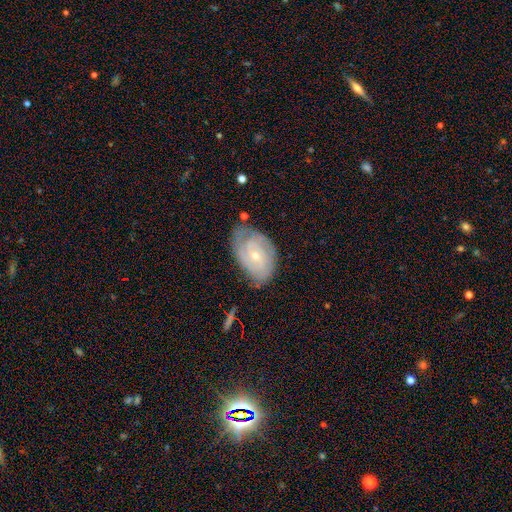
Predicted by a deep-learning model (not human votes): Smooth or featured?
  - featured or disk: 72% *
  - smooth: 22%
  - star or artifact: 7%
Edge-on disk?
  - no: 96% *
  - yes: 4%
Bar?
  - no: 70% *
  - weak: 26%
  - strong: 5%
Spiral arms?
  - yes: 87% *
  - no: 13%
Spiral winding?
  - tight: 68% *
  - medium: 25%
  - loose: 7%
Spiral arm count?
  - can't tell: 44% *
  - 2: 29%
  - 3: 14%
  - 4: 6%
  - 1: 5%
  - more than 4: 3%
Bulge size?
  - small: 67% *
  - moderate: 30%
  - none: 1%
  - large: 1%
  - dominant: 1%
Merging?
  - none: 60% *
  - minor disturbance: 28%
  - major disturbance: 9%
  - merger: 3%